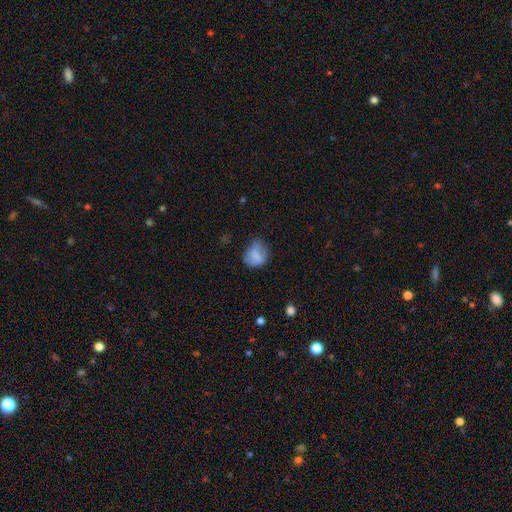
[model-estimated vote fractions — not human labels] A smooth galaxy with no disk features (73%) that is round (54%).

Vote fractions:
- Smooth or featured? smooth: 73% / featured or disk: 18% / star or artifact: 9%
- How rounded? round: 54% / in between: 45% / cigar-shaped: 1%
- Merging? none: 50% / minor disturbance: 32% / major disturbance: 15% / merger: 2%